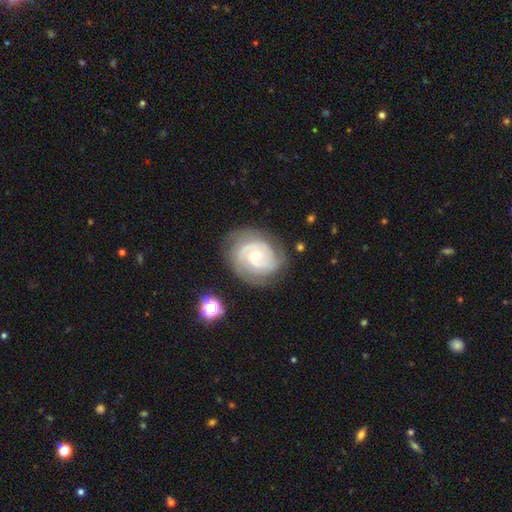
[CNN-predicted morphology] featured or disk 84%, smooth 10%, star or artifact 6%. Down the decision tree: edge-on disk — no (98%); bar — no (69%); spiral arms — yes (95%); spiral arm count — 2 (37%); spiral winding — tight (65%); bulge size — moderate (53%); merging — none (73%).